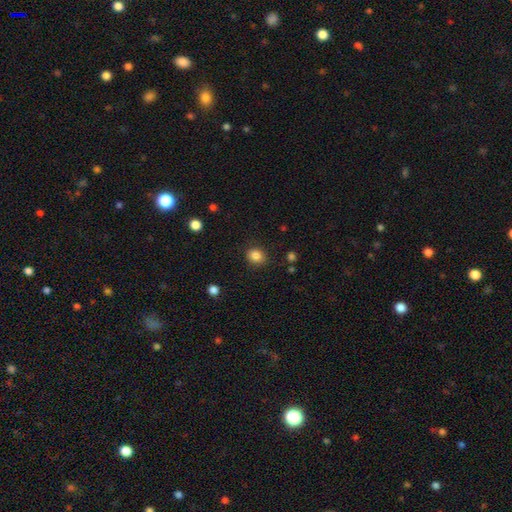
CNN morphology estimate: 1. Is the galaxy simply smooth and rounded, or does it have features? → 84% smooth, 11% star or artifact, 6% featured or disk.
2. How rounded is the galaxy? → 70% round, 29% in between, 1% cigar-shaped.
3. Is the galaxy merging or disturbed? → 87% none, 9% minor disturbance, 3% major disturbance, 1% merger.